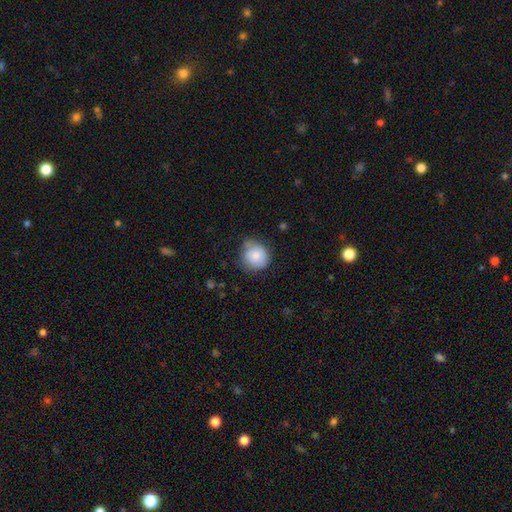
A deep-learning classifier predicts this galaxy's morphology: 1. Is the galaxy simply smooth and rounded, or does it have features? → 81% smooth, 11% featured or disk, 8% star or artifact.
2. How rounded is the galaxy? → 83% round, 16% in between, 1% cigar-shaped.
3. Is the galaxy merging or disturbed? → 60% none, 31% minor disturbance, 7% major disturbance, 3% merger.